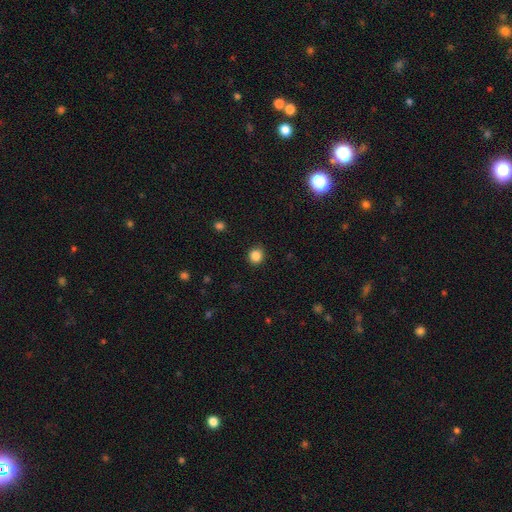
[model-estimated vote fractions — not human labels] Morphology: type=smooth (86%); roundness=round (88%); merging=none (90%).